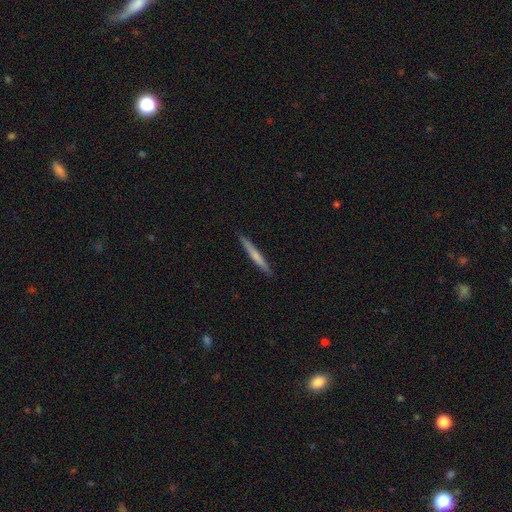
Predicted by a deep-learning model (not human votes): The model was most divided on "smooth or featured": smooth: 63%, featured or disk: 31%, star or artifact: 5%. More confident: how rounded — cigar-shaped (96%); merging — none (90%).